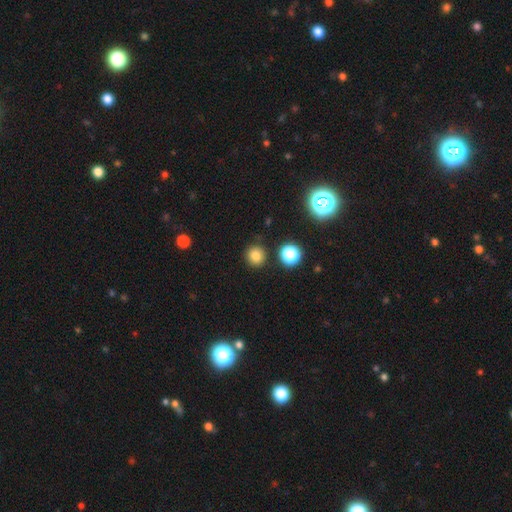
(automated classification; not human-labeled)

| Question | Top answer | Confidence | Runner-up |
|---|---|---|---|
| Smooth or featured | smooth | 79% | star or artifact (15%) |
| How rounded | round | 93% | in between (6%) |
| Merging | none | 88% | minor disturbance (7%) |